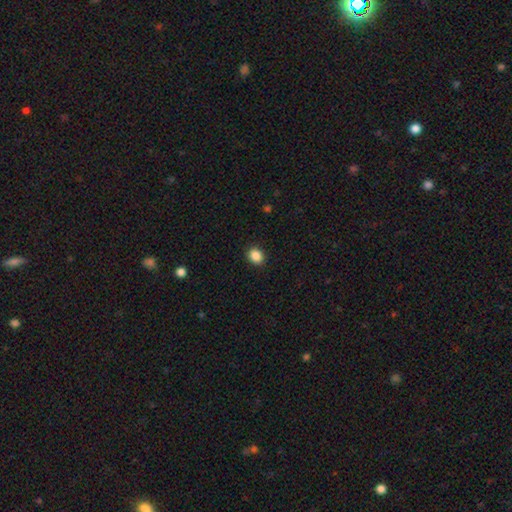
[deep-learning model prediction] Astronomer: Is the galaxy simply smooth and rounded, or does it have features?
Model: smooth — 88%.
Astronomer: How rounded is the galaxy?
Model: round — 57% (runner-up: in between, 42%).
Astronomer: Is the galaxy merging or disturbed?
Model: none — 90%.